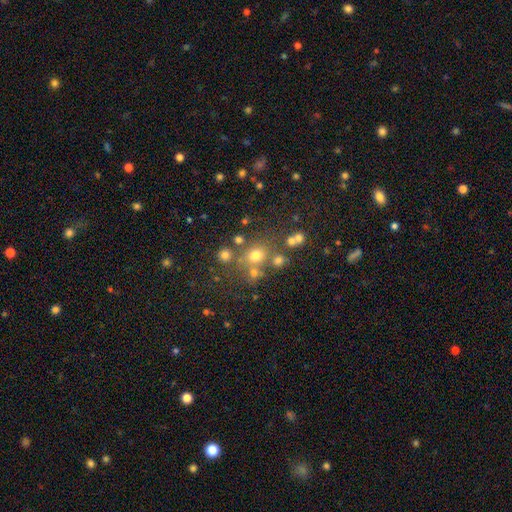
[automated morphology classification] smooth-or-featured: smooth: 64% | star or artifact: 23% | featured or disk: 12%
  how-rounded: round: 78% | in between: 21% | cigar-shaped: 1%
  merging: none: 66% | merger: 17% | minor disturbance: 12% | major disturbance: 6%